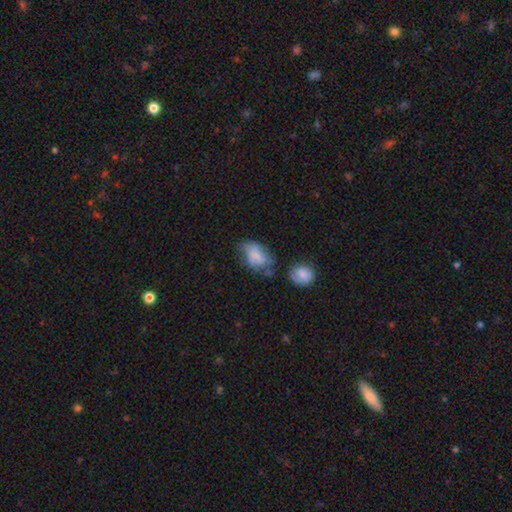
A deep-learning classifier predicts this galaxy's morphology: The model was most divided on "merging": none: 36%, minor disturbance: 32%, major disturbance: 18%, merger: 14%. More confident: how rounded — in between (85%); smooth or featured — smooth (73%).